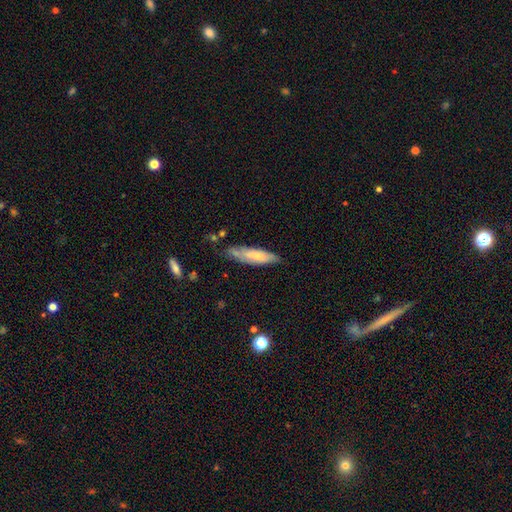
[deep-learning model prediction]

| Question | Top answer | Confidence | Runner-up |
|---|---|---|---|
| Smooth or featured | smooth | 64% | featured or disk (29%) |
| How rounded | cigar-shaped | 64% | in between (34%) |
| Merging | none | 64% | minor disturbance (26%) |